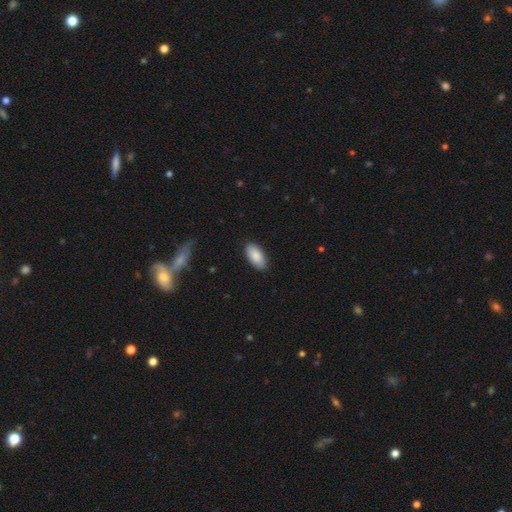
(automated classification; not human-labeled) smooth_or_featured: smooth (p=0.88) [alt: featured or disk p=0.06]
how_rounded: in between (p=0.94) [alt: cigar-shaped p=0.04]
merging: none (p=0.87) [alt: minor disturbance p=0.10]